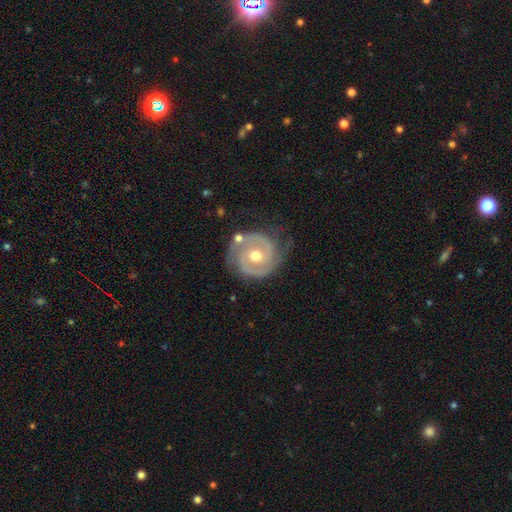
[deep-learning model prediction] Morphology: type=featured or disk (90%); edge-on=no (98%); bar=no (61%); spiral arms=yes (97%); winding=tight (62%); arm count=2 (85%); bulge=moderate (74%); merging=none (73%).